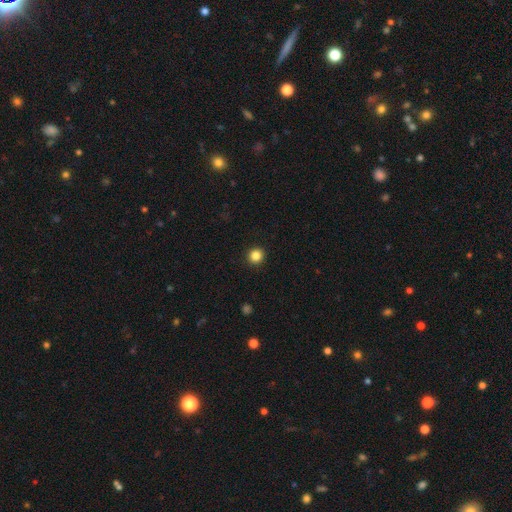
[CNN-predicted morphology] Smooth or featured? smooth (85%)
How rounded? round (94%)
Merging? none (93%)